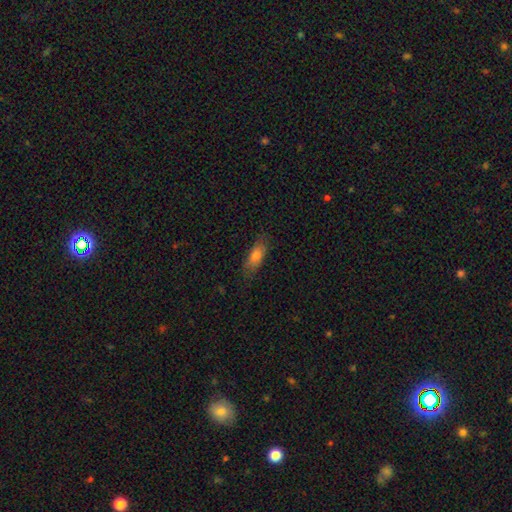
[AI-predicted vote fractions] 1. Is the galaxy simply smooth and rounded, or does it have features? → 76% smooth, 17% featured or disk, 7% star or artifact.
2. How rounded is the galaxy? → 73% in between, 24% cigar-shaped, 3% round.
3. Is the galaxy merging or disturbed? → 78% none, 17% minor disturbance, 4% major disturbance, 1% merger.